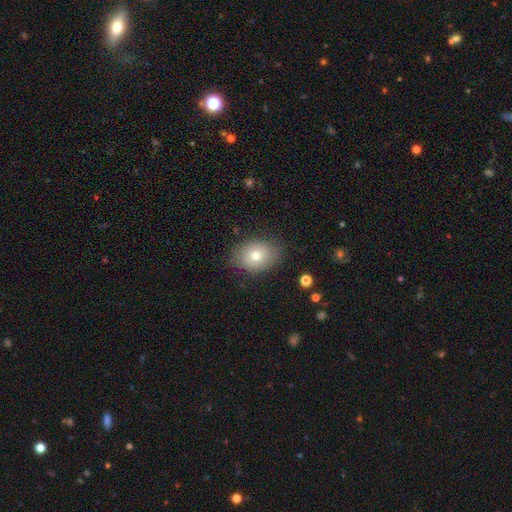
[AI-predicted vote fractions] This appears to be a smooth galaxy with no disk features (75%) that is in between round and cigar-shaped (69%). Merging: none (81%).